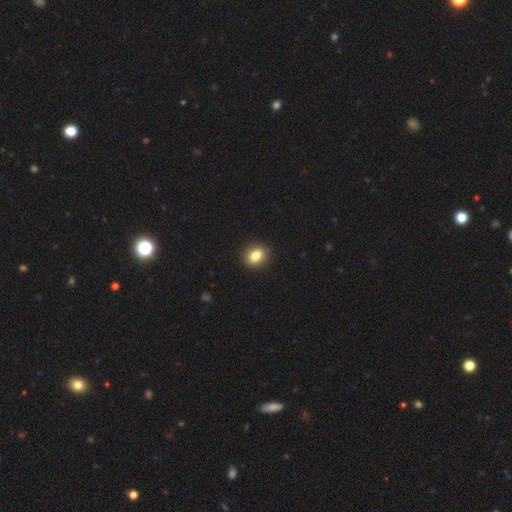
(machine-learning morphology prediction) type=smooth (83%); roundness=round (54%); merging=none (90%).